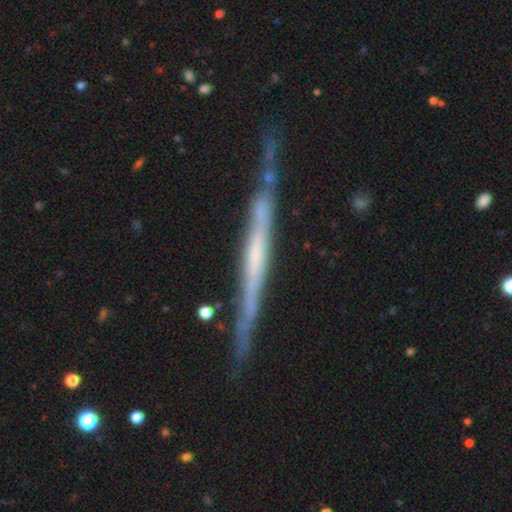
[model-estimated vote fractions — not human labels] Smooth or featured? featured or disk (75%)
Edge-on disk? yes (96%)
Edge-on bulge? none (71%)
Merging? none (78%)